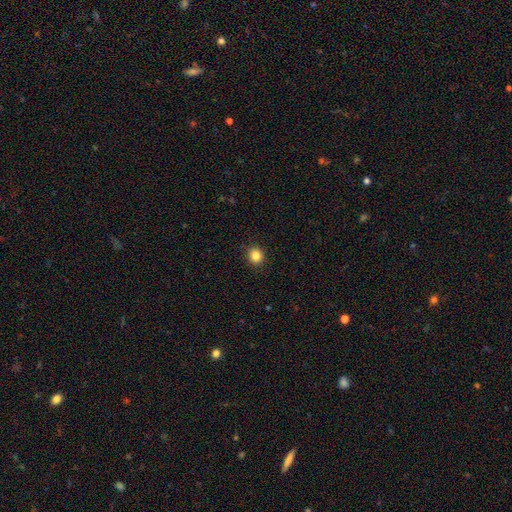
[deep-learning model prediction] smooth_or_featured: smooth (p=0.84) [alt: star or artifact p=0.11]
how_rounded: round (p=0.85) [alt: in between p=0.14]
merging: none (p=0.91) [alt: minor disturbance p=0.06]